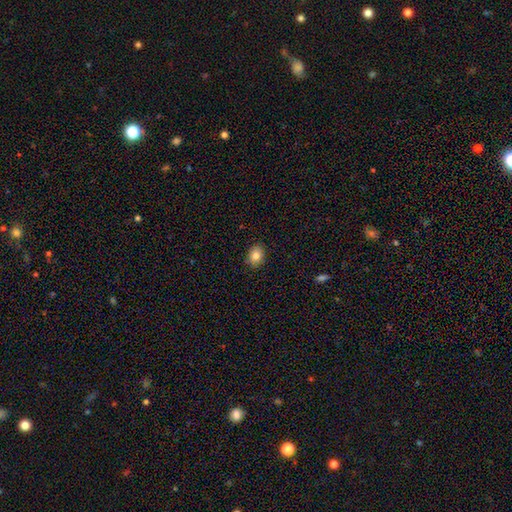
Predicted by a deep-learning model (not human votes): Smooth or featured? smooth (83%)
How rounded? in between (61%)
Merging? none (89%)